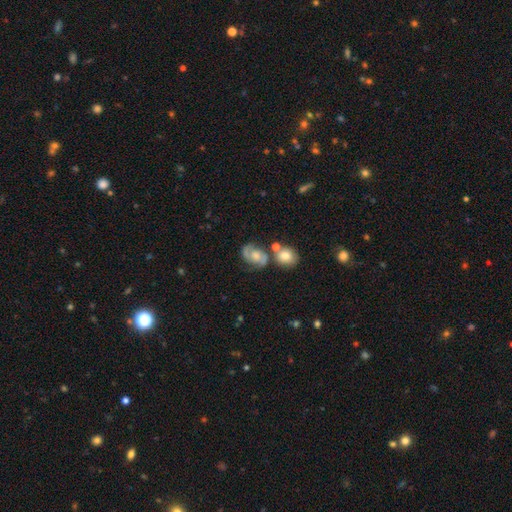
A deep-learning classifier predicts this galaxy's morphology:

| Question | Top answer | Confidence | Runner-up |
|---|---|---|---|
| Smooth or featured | featured or disk | 60% | smooth (32%) |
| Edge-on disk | no | 97% | yes (3%) |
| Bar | no | 69% | weak (26%) |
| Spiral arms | yes | 81% | no (19%) |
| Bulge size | moderate | 56% | small (20%) |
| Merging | none | 52% | minor disturbance (20%) |